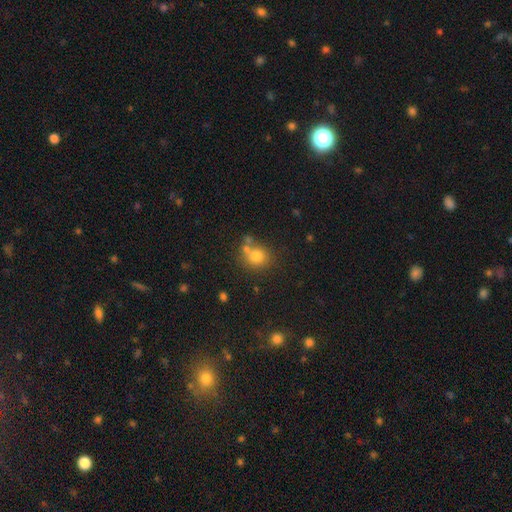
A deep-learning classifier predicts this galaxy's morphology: Overall: smooth (77%). How rounded: round (81%). Merging: none (60%; merger 24%).